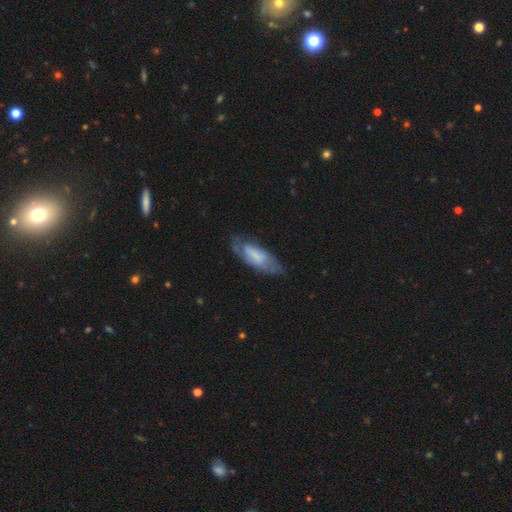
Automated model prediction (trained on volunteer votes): smooth-or-featured: smooth: 48% | featured or disk: 45% | star or artifact: 7%
  merging: none: 59% | minor disturbance: 27% | major disturbance: 12% | merger: 2%